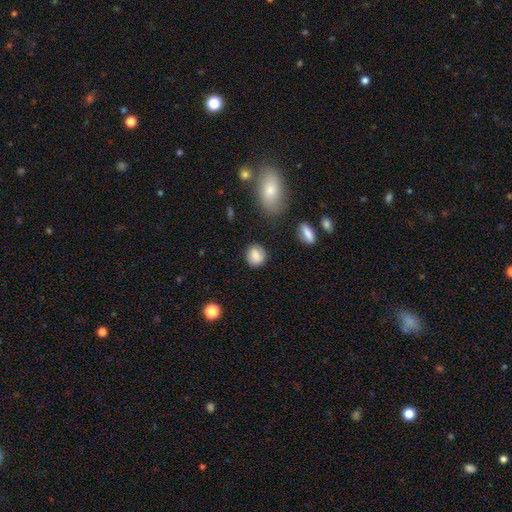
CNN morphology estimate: Smooth or featured?
  - smooth: 83% *
  - star or artifact: 9%
  - featured or disk: 8%
How rounded?
  - round: 79% *
  - in between: 20%
  - cigar-shaped: 1%
Merging?
  - none: 85% *
  - minor disturbance: 10%
  - major disturbance: 3%
  - merger: 2%